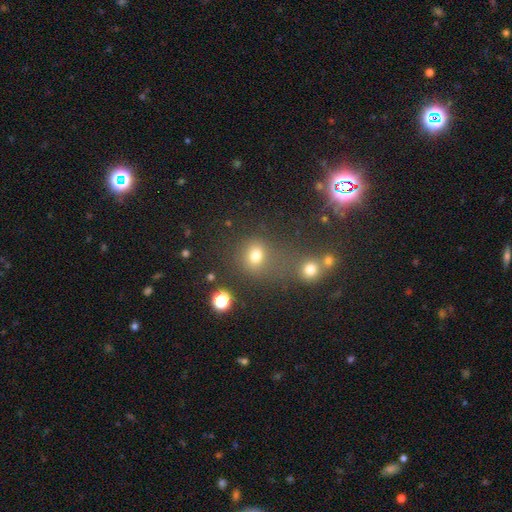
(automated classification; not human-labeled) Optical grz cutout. It shows a smooth galaxy with no disk features (72%) that is round (80%). Merging: none (59%).